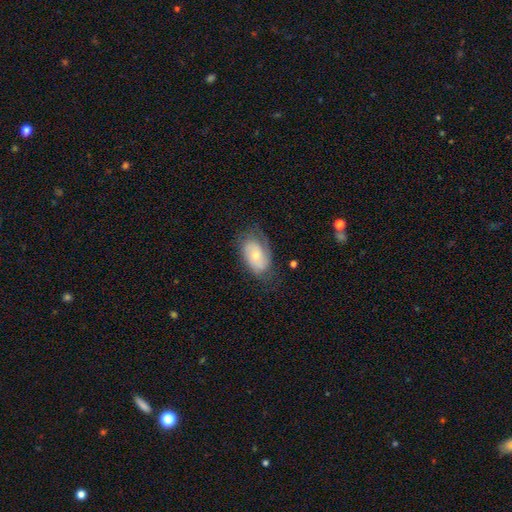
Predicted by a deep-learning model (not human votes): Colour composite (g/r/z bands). It shows a smooth galaxy with no disk features (49%). Merging: none (59%).